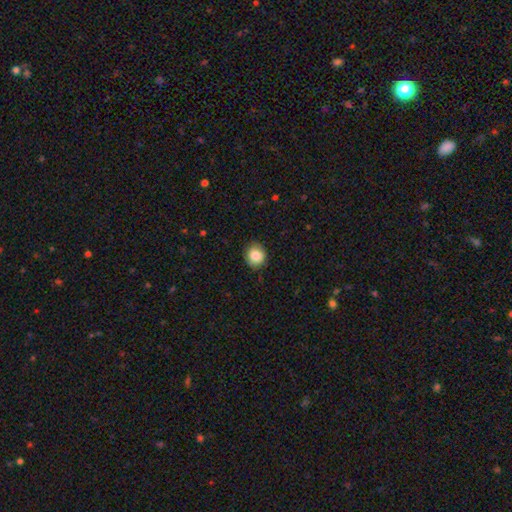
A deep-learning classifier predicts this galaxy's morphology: type=smooth (85%); roundness=round (73%); merging=none (83%).